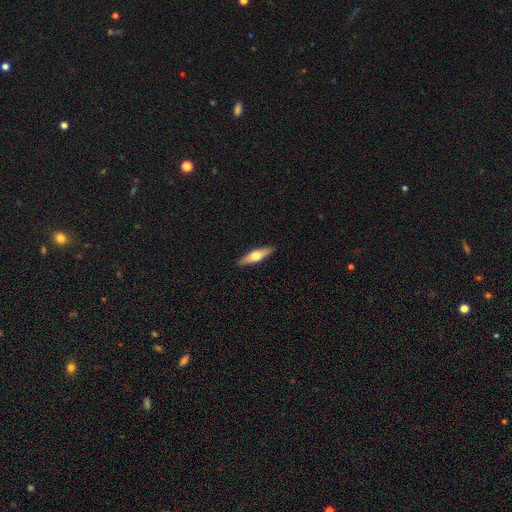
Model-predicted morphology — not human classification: This appears to be a smooth galaxy with no disk features (48%). Merging: none (91%).